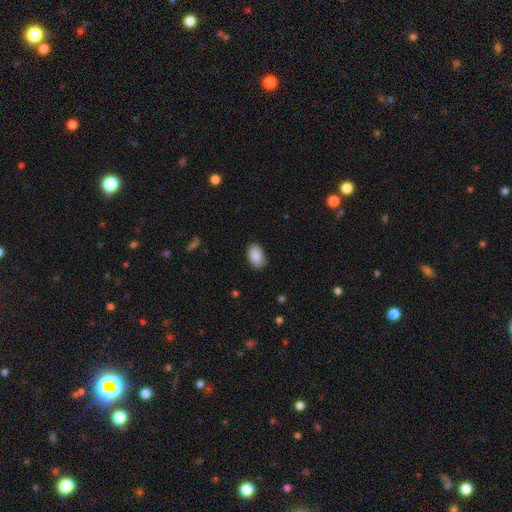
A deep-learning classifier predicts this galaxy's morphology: Smooth or featured? smooth (90%)
How rounded? in between (93%)
Merging? none (86%)